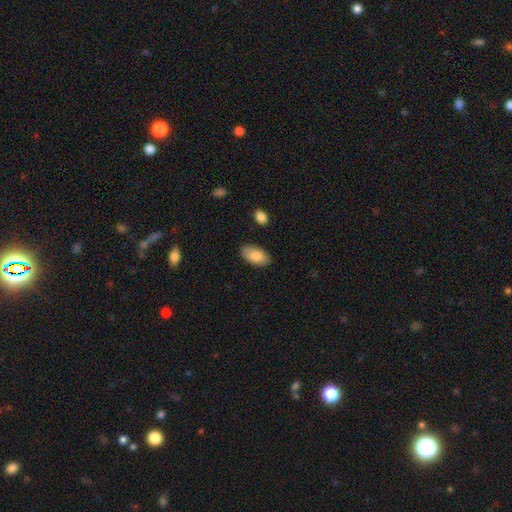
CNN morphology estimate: A smooth galaxy with no disk features (83%) that is in between round and cigar-shaped (95%). Merging: none (86%).